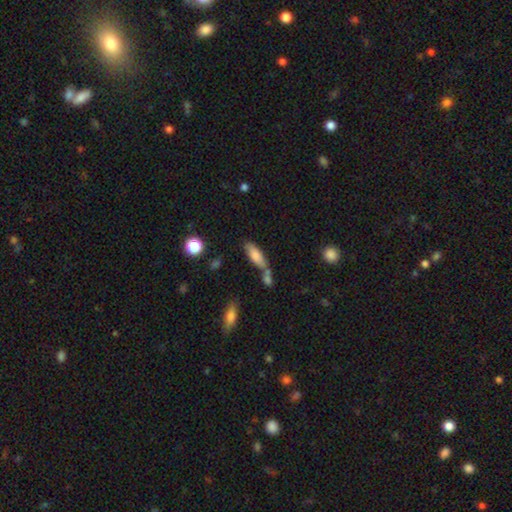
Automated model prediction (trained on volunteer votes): smooth-or-featured: smooth: 79% | featured or disk: 14% | star or artifact: 8%
  how-rounded: in between: 63% | cigar-shaped: 34% | round: 2%
  merging: none: 48% | merger: 30% | minor disturbance: 17% | major disturbance: 6%